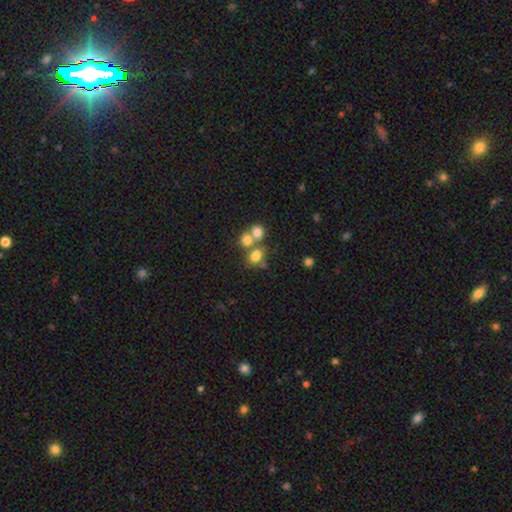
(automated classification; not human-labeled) Smooth or featured?
  - smooth: 72% *
  - star or artifact: 15%
  - featured or disk: 13%
How rounded?
  - round: 54% *
  - in between: 44%
  - cigar-shaped: 1%
Merging?
  - merger: 44% *
  - none: 42%
  - minor disturbance: 9%
  - major disturbance: 5%